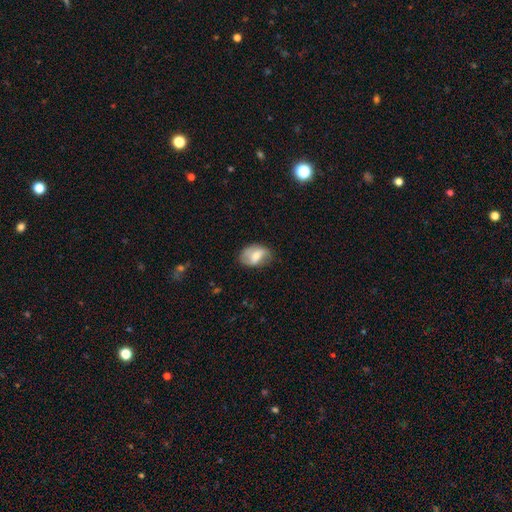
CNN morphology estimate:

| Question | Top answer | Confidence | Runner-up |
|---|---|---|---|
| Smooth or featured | smooth | 52% | featured or disk (41%) |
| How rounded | in between | 82% | round (17%) |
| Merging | none | 66% | minor disturbance (25%) |